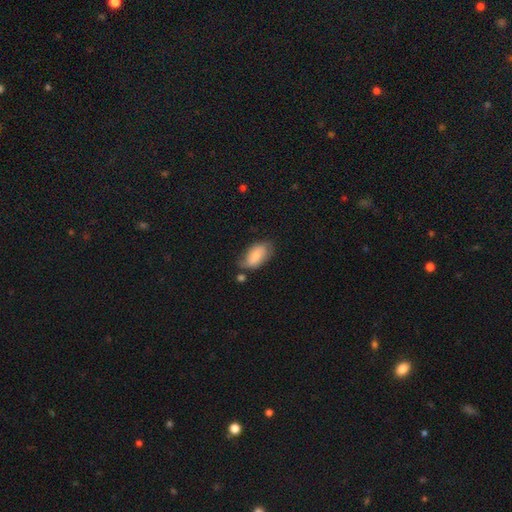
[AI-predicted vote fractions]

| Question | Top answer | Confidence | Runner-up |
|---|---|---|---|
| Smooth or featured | smooth | 70% | featured or disk (23%) |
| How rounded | in between | 93% | round (4%) |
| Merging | none | 54% | minor disturbance (31%) |